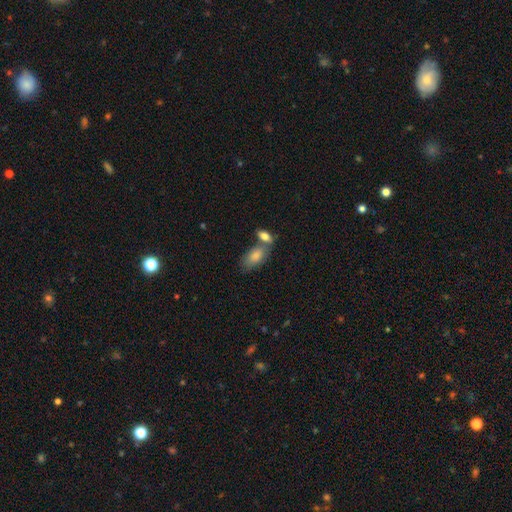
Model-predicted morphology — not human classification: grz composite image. It shows a smooth galaxy with no disk features (81%) that is in between round and cigar-shaped (91%). Merging: none (45%).